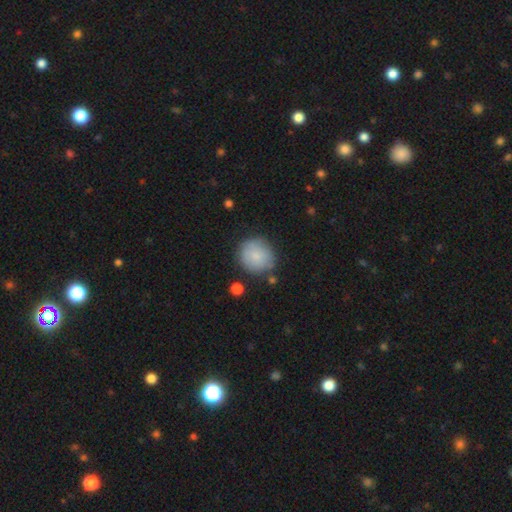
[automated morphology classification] A smooth galaxy with no disk features (81%) that is round (89%). Merging: none (76%).